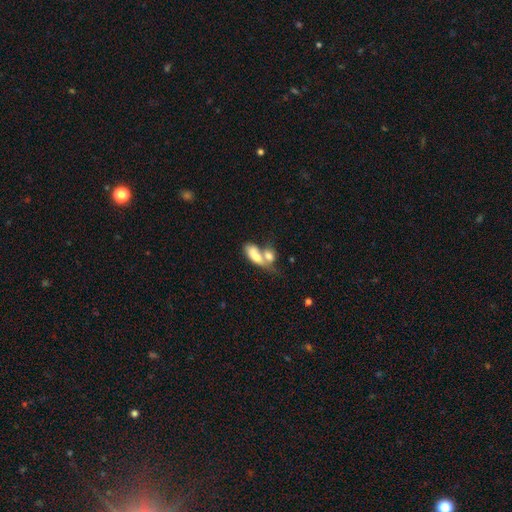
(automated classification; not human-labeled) smooth-or-featured: smooth: 71% | featured or disk: 22% | star or artifact: 7%
  how-rounded: in between: 82% | cigar-shaped: 10% | round: 7%
  merging: merger: 68% | none: 17% | minor disturbance: 8% | major disturbance: 7%